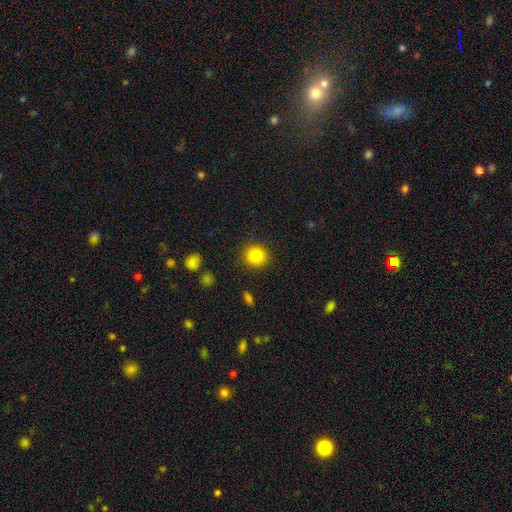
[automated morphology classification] Q: Smooth or featured?
A: smooth (85%); runner-up: star or artifact (10%)
Q: How rounded?
A: round (90%); runner-up: in between (9%)
Q: Merging?
A: none (90%); runner-up: minor disturbance (6%)